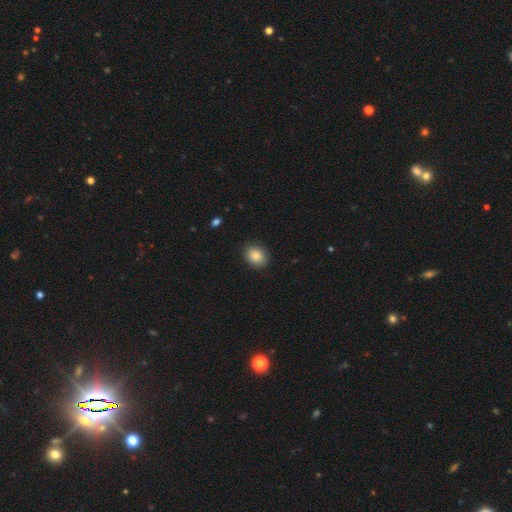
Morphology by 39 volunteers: This appears to be a smooth galaxy with no disk features (92%) that is round (56%). Merging: none (89%).